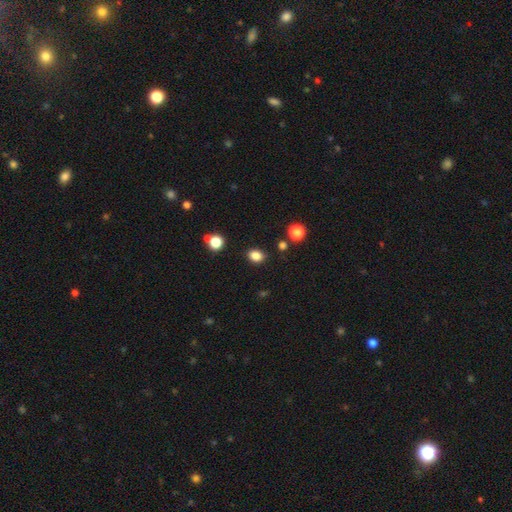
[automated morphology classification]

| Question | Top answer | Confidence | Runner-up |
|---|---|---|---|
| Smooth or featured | smooth | 84% | star or artifact (12%) |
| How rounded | in between | 59% | round (40%) |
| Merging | none | 85% | minor disturbance (9%) |